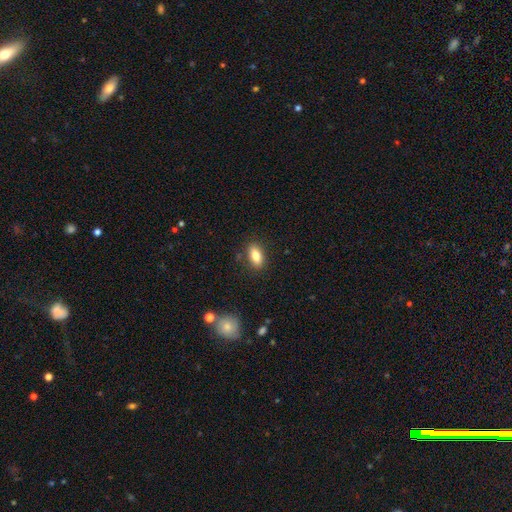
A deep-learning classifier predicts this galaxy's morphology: smooth 82%, featured or disk 10%, star or artifact 8%. Down the decision tree: how rounded — in between (86%); merging — none (86%).